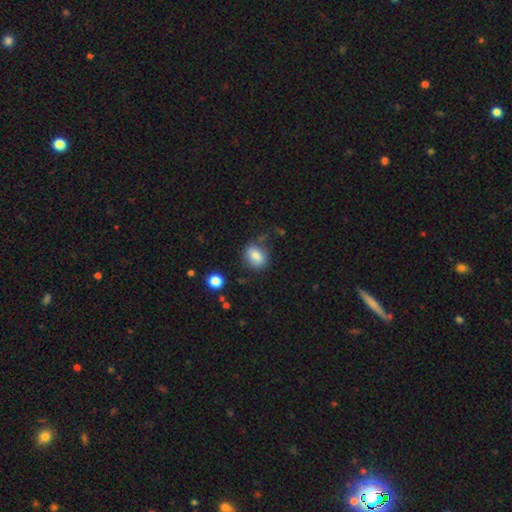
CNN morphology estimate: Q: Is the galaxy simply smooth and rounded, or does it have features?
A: smooth — 82%.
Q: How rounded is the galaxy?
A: in between — 59%.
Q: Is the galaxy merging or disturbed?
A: none — 74%.